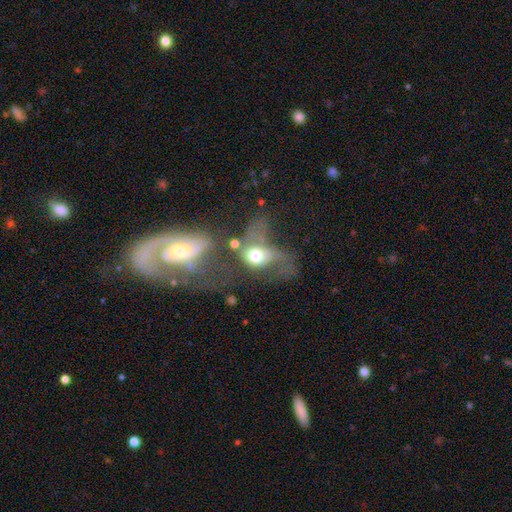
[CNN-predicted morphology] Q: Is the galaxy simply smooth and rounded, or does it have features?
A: smooth — 51%.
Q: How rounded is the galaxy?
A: in between — 55%.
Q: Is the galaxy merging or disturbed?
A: major disturbance — 42%.